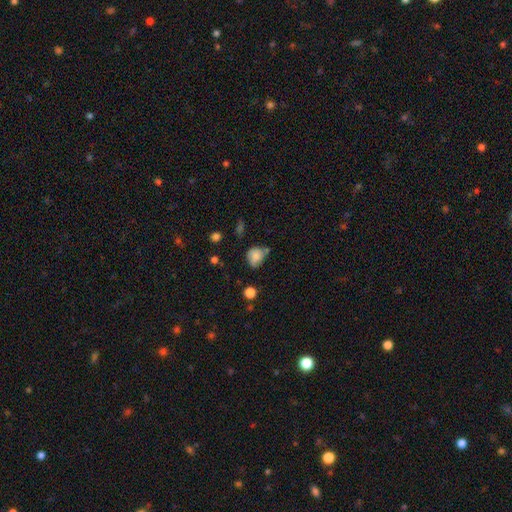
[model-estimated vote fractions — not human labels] Smooth or featured? Predicted: smooth (p=0.77). How rounded? Predicted: round (p=0.63). Merging? Predicted: none (p=0.45).